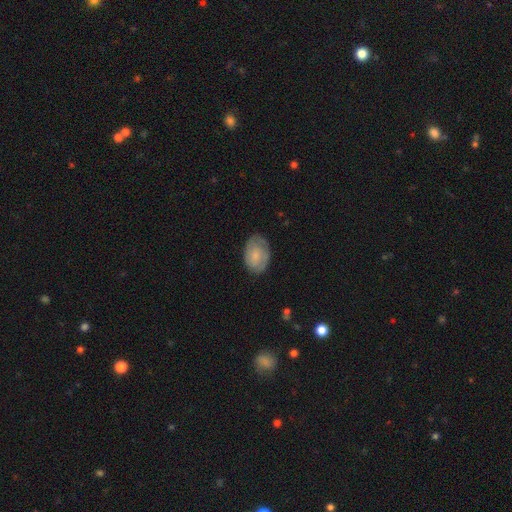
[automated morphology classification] The model was most divided on "smooth or featured": smooth: 65%, featured or disk: 28%, star or artifact: 7%. More confident: how rounded — in between (84%); merging — none (73%).